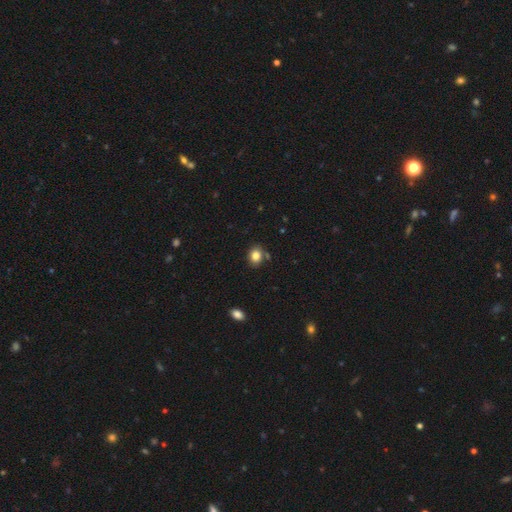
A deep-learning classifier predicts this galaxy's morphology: A smooth galaxy with no disk features (83%) that is round (52%). Merging: none (77%).